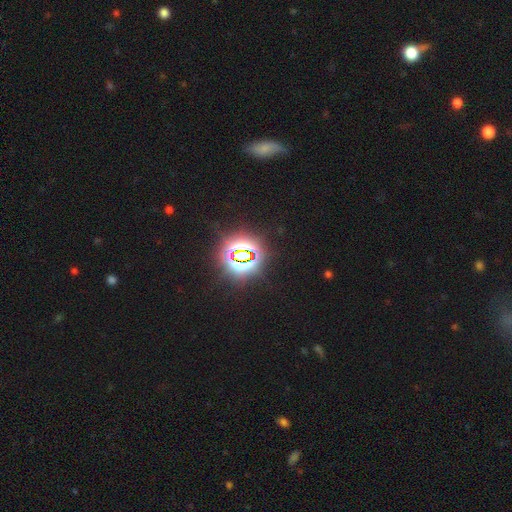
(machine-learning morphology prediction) Q: Smooth or featured?
A: star or artifact (79%); runner-up: smooth (14%)